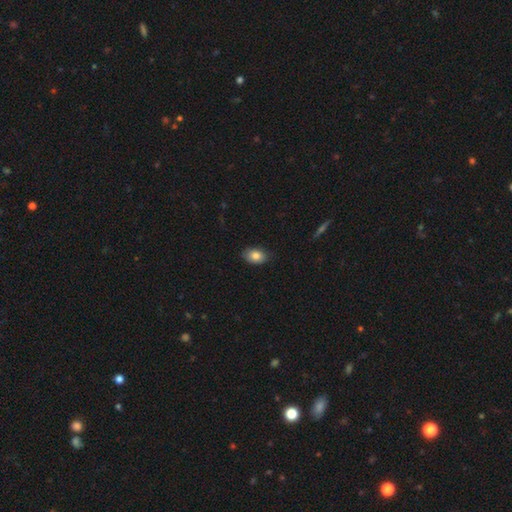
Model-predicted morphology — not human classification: type=smooth (82%); roundness=in between (85%); merging=none (85%).